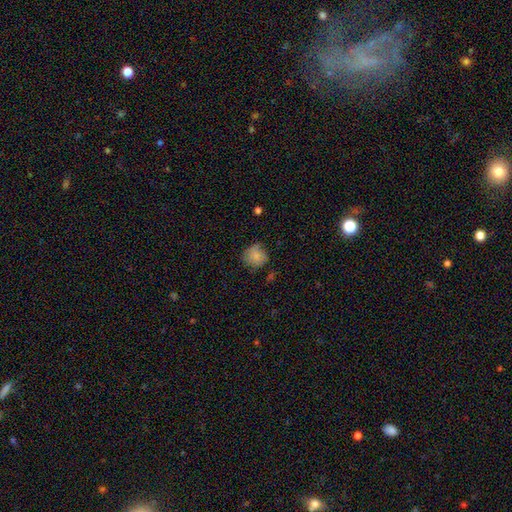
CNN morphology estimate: This is likely a smooth galaxy (77%). How rounded: clearly round (83%). Merging: likely none (63%).